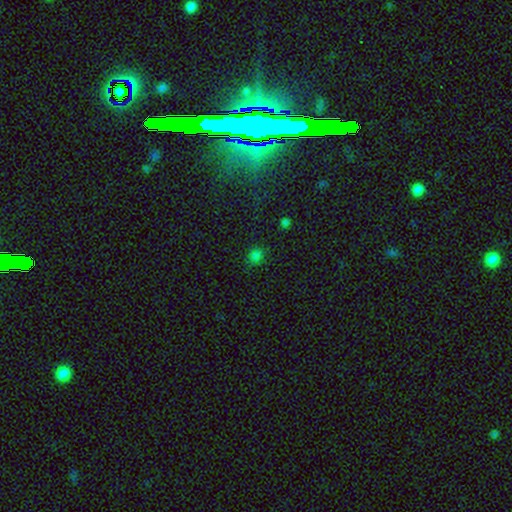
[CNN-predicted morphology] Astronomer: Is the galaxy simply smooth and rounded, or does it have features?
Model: smooth — 74%.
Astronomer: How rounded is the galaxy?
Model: round — 73%.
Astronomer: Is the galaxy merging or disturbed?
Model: none — 83%.